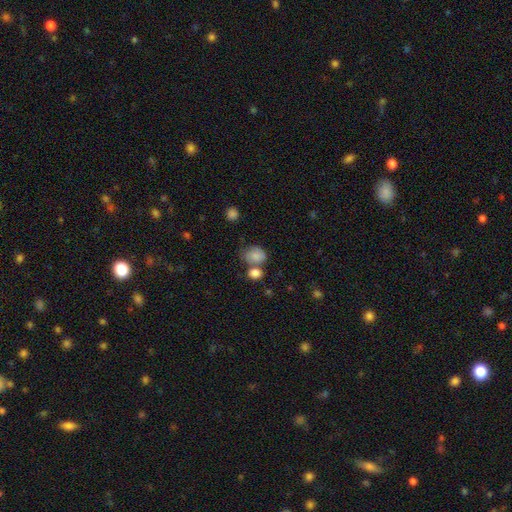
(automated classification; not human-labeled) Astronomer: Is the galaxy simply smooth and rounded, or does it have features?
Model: smooth — 81%.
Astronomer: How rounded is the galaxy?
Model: round — 51% (runner-up: in between, 48%).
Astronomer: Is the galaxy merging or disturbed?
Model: none — 44% (runner-up: merger, 31%).